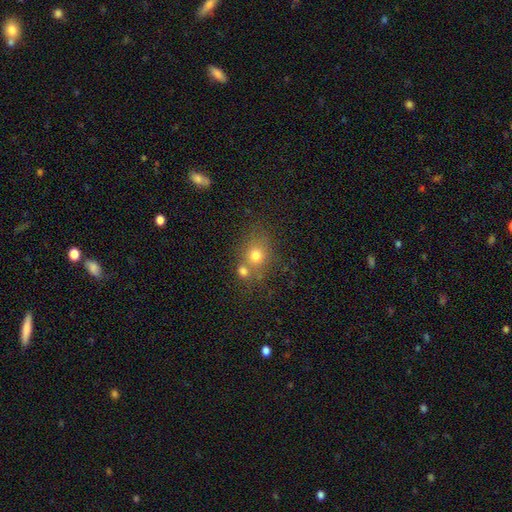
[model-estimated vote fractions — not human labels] Smooth or featured? smooth (71%)
How rounded? round (70%)
Merging? none (51%)